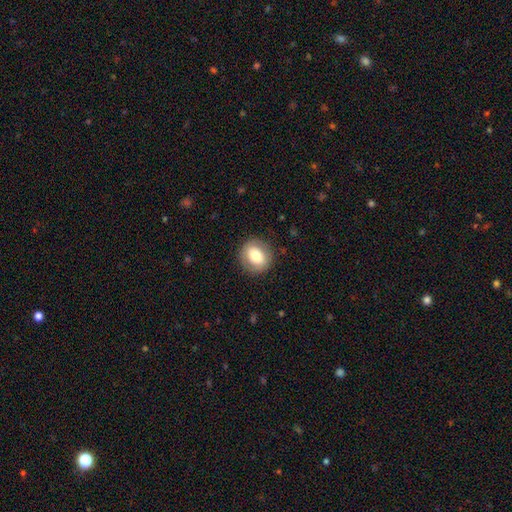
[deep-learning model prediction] Q: Smooth or featured?
A: smooth (72%); runner-up: featured or disk (20%)
Q: How rounded?
A: round (78%); runner-up: in between (21%)
Q: Merging?
A: none (87%); runner-up: minor disturbance (9%)